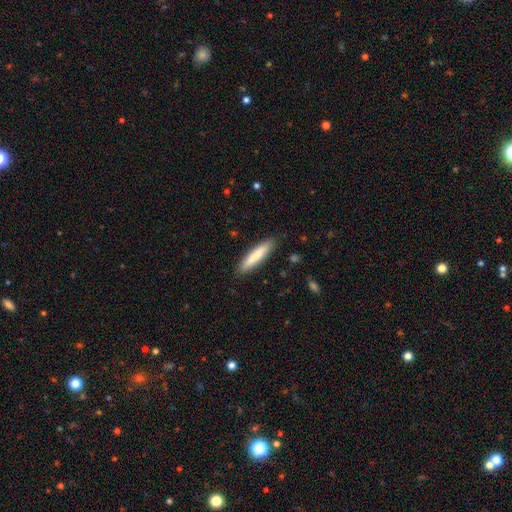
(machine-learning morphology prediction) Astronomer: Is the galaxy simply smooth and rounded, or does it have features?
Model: smooth — 81%.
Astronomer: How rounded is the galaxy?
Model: cigar-shaped — 85%.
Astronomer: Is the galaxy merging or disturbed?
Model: none — 88%.